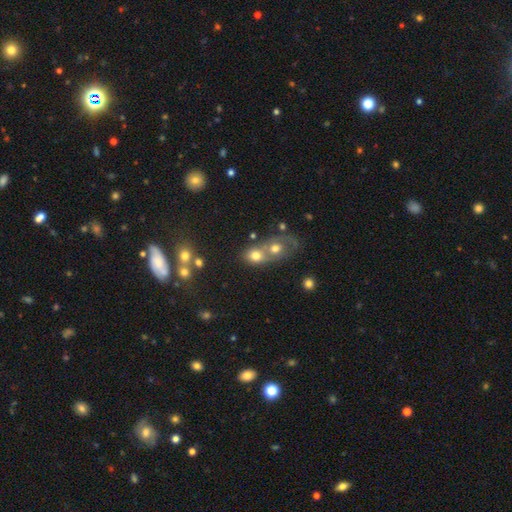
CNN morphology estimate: Smooth or featured? smooth (66%)
How rounded? round (59%)
Merging? merger (57%)